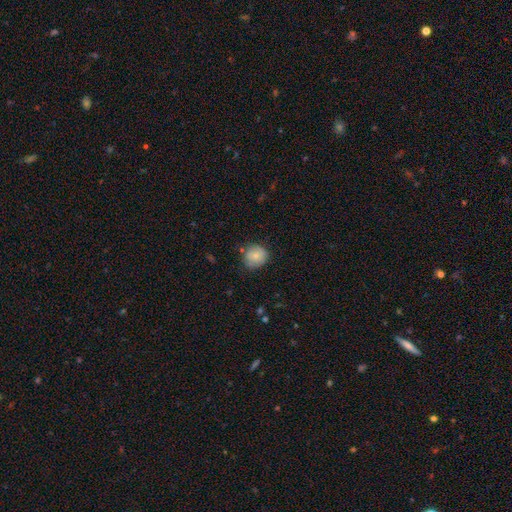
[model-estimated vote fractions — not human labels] Overall: smooth (76%). How rounded: round (84%). Merging: none (73%).